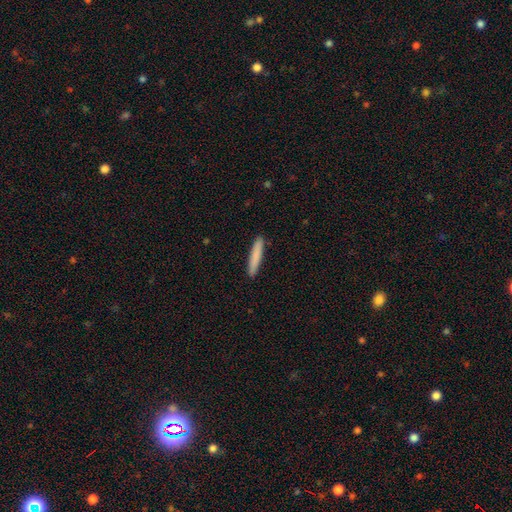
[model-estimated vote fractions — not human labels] Smooth or featured? Predicted: smooth (p=0.82). How rounded? Predicted: cigar-shaped (p=0.94). Merging? Predicted: none (p=0.91).